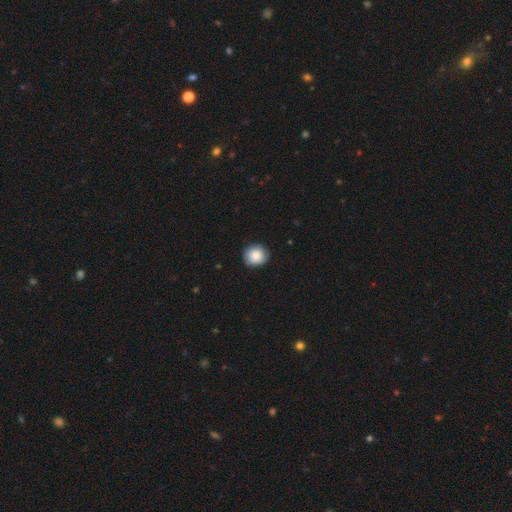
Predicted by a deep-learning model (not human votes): Q: Smooth or featured?
A: smooth (87%); runner-up: star or artifact (7%)
Q: How rounded?
A: round (87%); runner-up: in between (12%)
Q: Merging?
A: none (88%); runner-up: minor disturbance (10%)